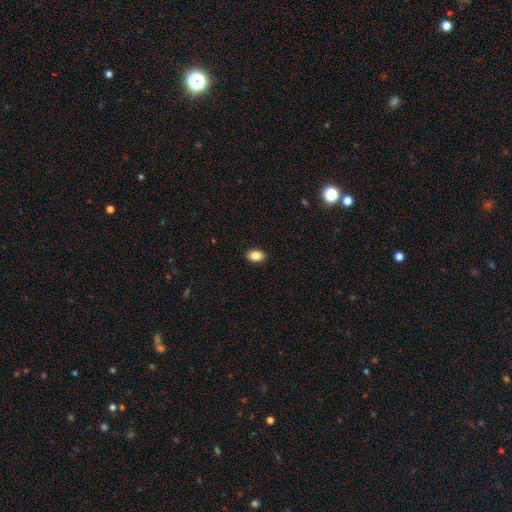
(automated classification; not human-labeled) Overall: smooth (87%). How rounded: in between (85%). Merging: none (90%).